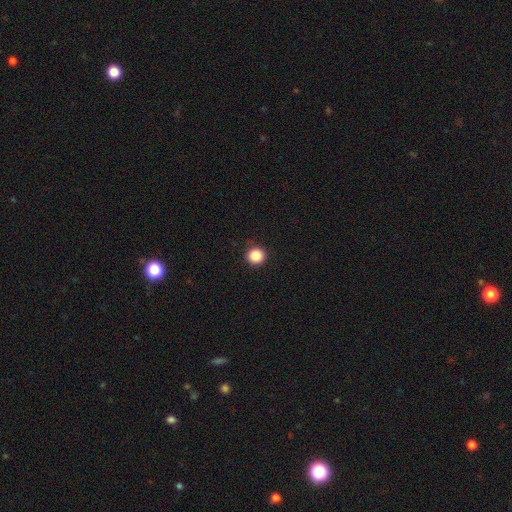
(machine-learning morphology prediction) smooth-or-featured: smooth: 87% | star or artifact: 10% | featured or disk: 3%
  how-rounded: round: 95% | in between: 4% | cigar-shaped: 1%
  merging: none: 92% | minor disturbance: 5% | major disturbance: 2% | merger: 1%